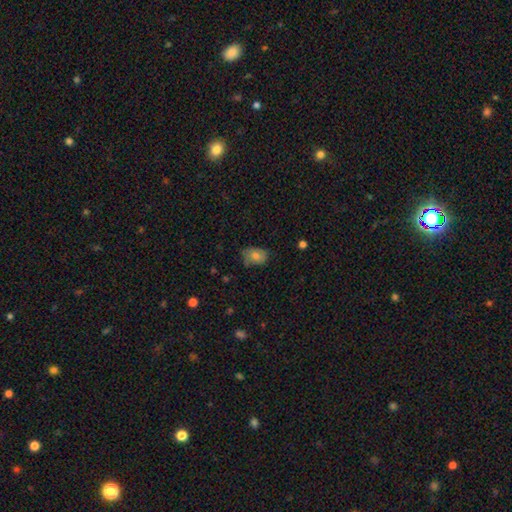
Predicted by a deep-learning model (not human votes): smooth-or-featured: smooth: 68% | featured or disk: 22% | star or artifact: 11%
  how-rounded: in between: 75% | round: 24% | cigar-shaped: 1%
  merging: none: 60% | minor disturbance: 29% | major disturbance: 9% | merger: 2%